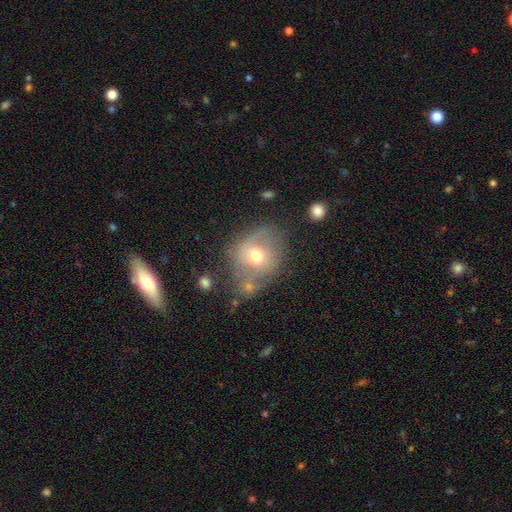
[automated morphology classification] A smooth galaxy with no disk features (56%) that is round (58%). Merging: none (48%).